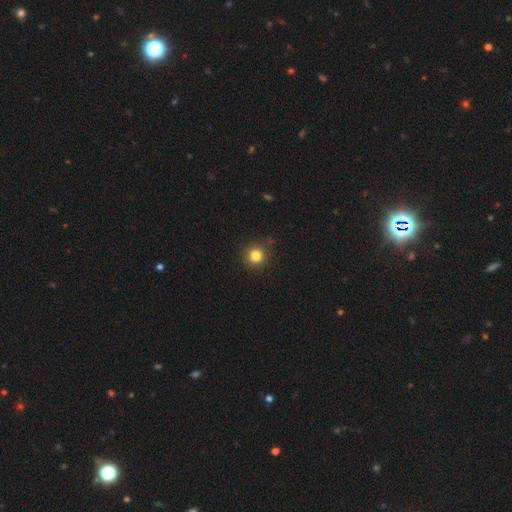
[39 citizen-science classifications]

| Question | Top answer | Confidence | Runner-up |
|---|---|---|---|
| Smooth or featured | smooth | 92% | featured or disk (5%) |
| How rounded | round | 97% | in between (3%) |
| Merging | none | 95% | minor disturbance (5%) |